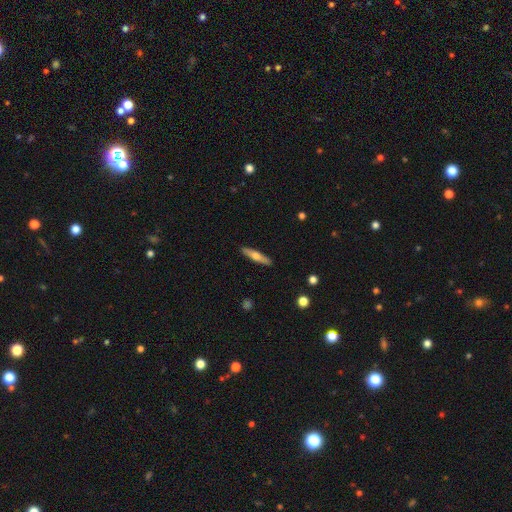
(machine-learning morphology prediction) A smooth galaxy with no disk features (50%). Merging: none (91%).